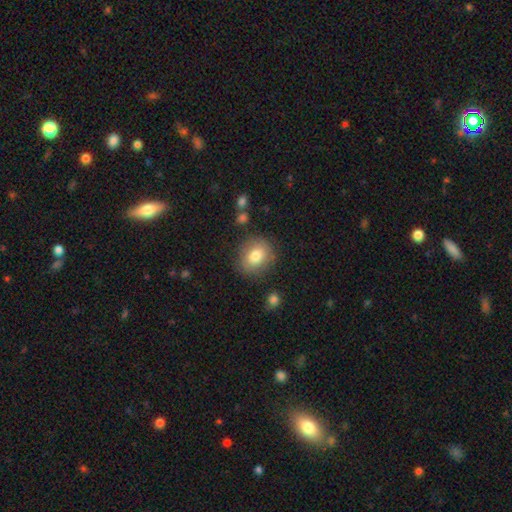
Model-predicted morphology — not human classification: smooth-or-featured: smooth: 79% | featured or disk: 12% | star or artifact: 9%
  how-rounded: round: 70% | in between: 29% | cigar-shaped: 1%
  merging: none: 81% | minor disturbance: 13% | major disturbance: 4% | merger: 3%